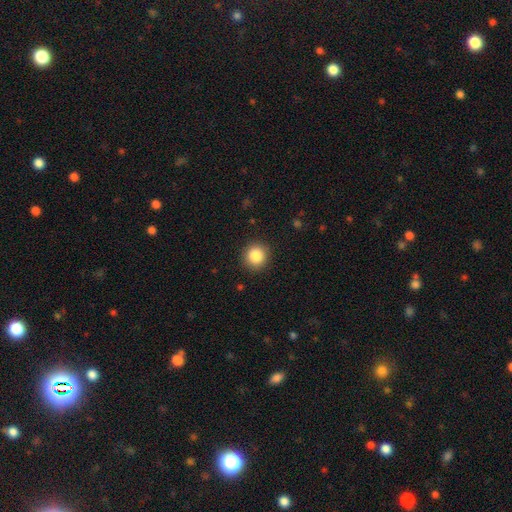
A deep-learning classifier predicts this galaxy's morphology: smooth-or-featured: smooth: 86% | star or artifact: 9% | featured or disk: 5%
  how-rounded: round: 91% | in between: 8% | cigar-shaped: 1%
  merging: none: 91% | minor disturbance: 6% | major disturbance: 2% | merger: 1%